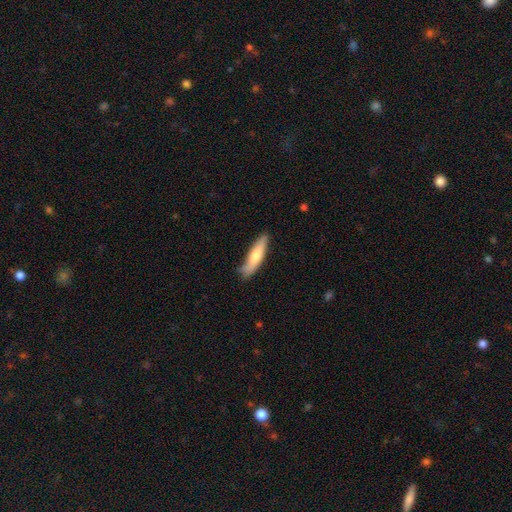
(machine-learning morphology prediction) Smooth or featured: smooth — 67% (featured or disk — 28%)
How rounded: cigar-shaped — 77% (in between — 21%)
Merging: none — 76% (minor disturbance — 19%)